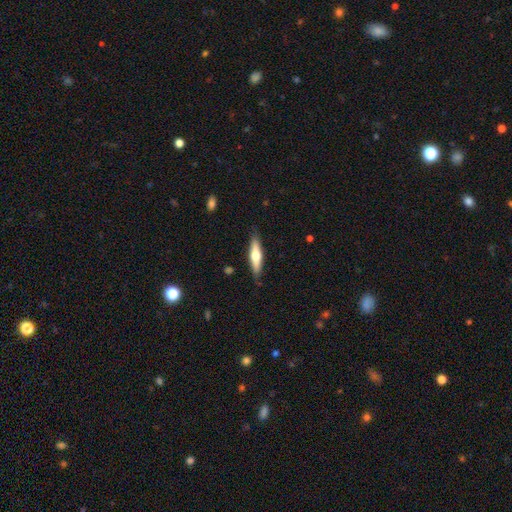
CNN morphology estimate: This is possibly a smooth galaxy (49%). Merging: clearly none (85%).